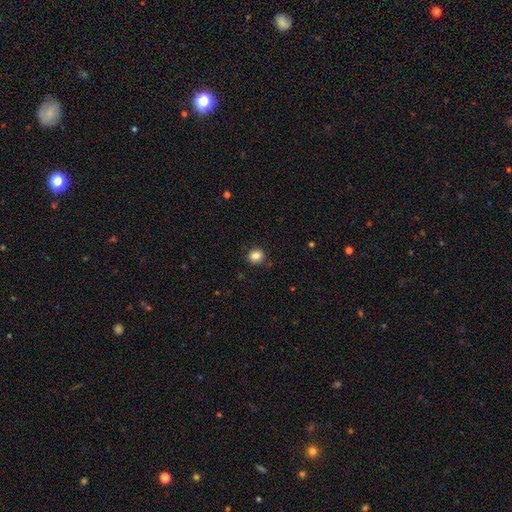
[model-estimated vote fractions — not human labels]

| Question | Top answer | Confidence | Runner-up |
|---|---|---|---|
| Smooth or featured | smooth | 85% | star or artifact (11%) |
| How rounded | round | 77% | in between (22%) |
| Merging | none | 88% | minor disturbance (8%) |